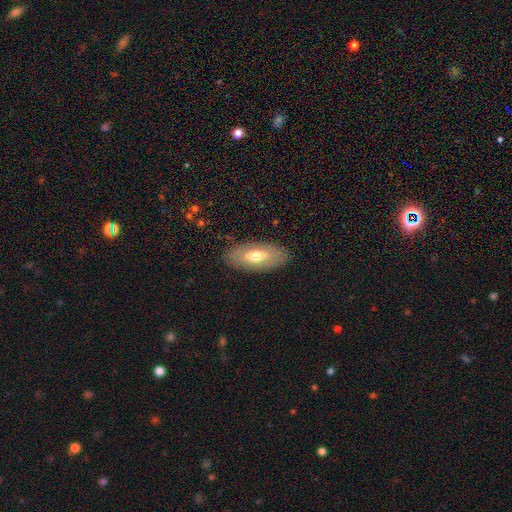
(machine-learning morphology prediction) Smooth or featured?
  - smooth: 48% *
  - featured or disk: 45%
  - star or artifact: 7%
Merging?
  - none: 87% *
  - minor disturbance: 10%
  - major disturbance: 3%
  - merger: 1%